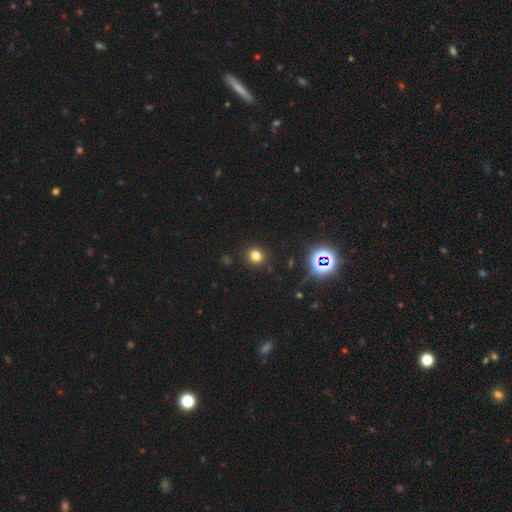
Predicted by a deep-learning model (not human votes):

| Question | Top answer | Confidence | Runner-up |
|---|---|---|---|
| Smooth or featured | smooth | 76% | star or artifact (18%) |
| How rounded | round | 87% | in between (12%) |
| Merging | none | 89% | minor disturbance (7%) |